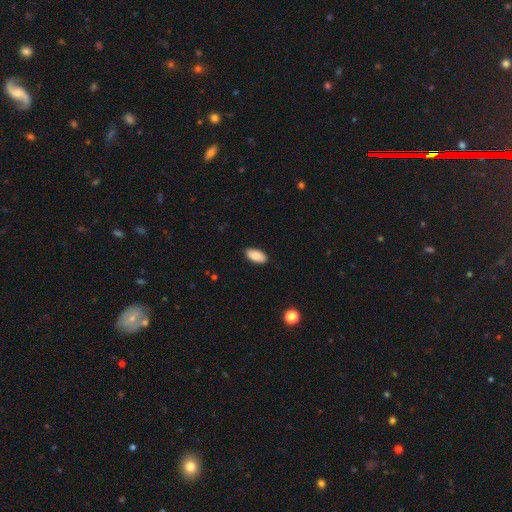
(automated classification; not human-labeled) A smooth galaxy with no disk features (89%) that is in between round and cigar-shaped (95%).

Vote fractions:
- Smooth or featured? smooth: 89% / star or artifact: 7% / featured or disk: 4%
- How rounded? in between: 95% / cigar-shaped: 3% / round: 2%
- Merging? none: 88% / minor disturbance: 9% / major disturbance: 2% / merger: 1%